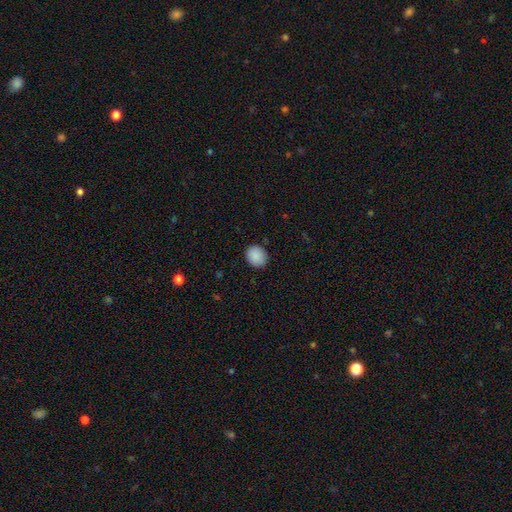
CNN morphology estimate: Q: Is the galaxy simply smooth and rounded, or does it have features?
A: smooth — 89%.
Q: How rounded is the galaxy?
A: round — 65%.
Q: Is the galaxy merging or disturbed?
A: none — 87%.